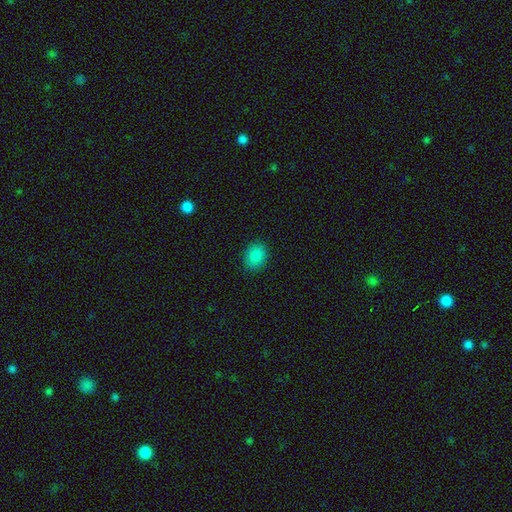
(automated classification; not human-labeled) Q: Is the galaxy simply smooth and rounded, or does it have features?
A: smooth — 86%.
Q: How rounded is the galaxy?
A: round — 51%.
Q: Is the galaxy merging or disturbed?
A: none — 89%.